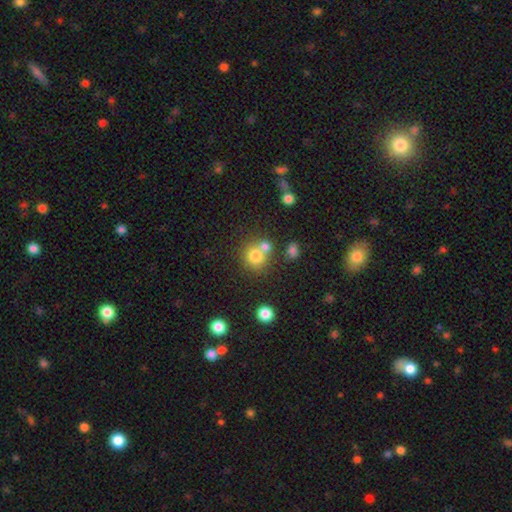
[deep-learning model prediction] Morphology: type=smooth (77%); roundness=round (86%); merging=none (53%).